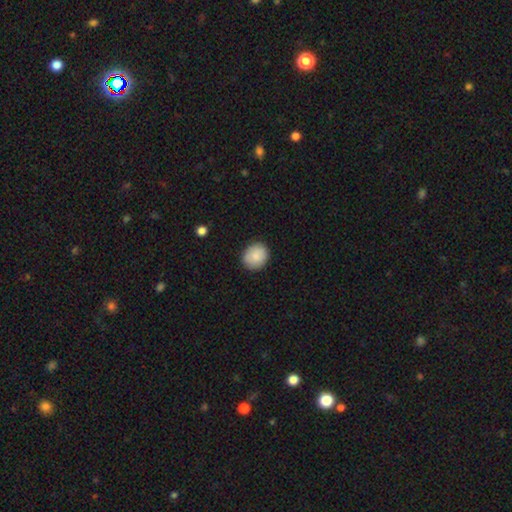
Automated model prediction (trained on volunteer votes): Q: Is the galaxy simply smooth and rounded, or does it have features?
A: smooth — 86%.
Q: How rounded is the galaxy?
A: round — 72%.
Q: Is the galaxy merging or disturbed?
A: none — 88%.